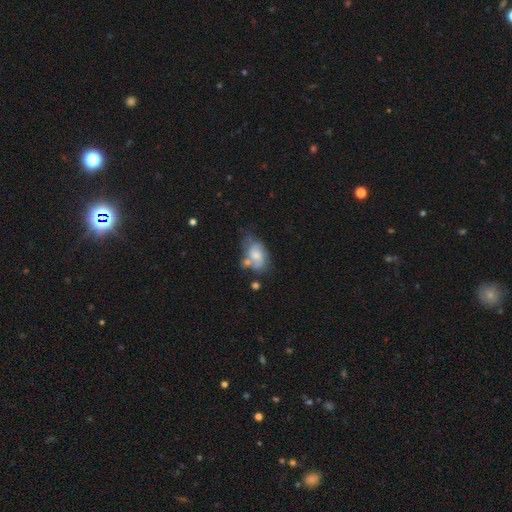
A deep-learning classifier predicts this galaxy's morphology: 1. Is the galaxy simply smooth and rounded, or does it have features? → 46% featured or disk, 45% smooth, 8% star or artifact.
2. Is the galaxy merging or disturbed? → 35% none, 26% minor disturbance, 24% merger, 15% major disturbance.